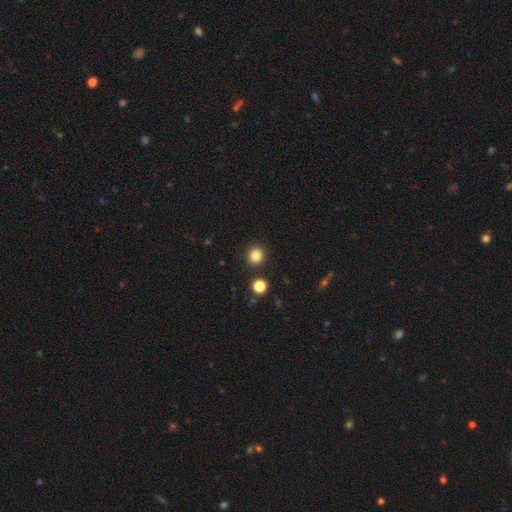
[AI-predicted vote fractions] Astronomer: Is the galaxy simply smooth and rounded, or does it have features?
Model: smooth — 85%.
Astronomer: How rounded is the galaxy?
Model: round — 91%.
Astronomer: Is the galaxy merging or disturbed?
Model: none — 91%.